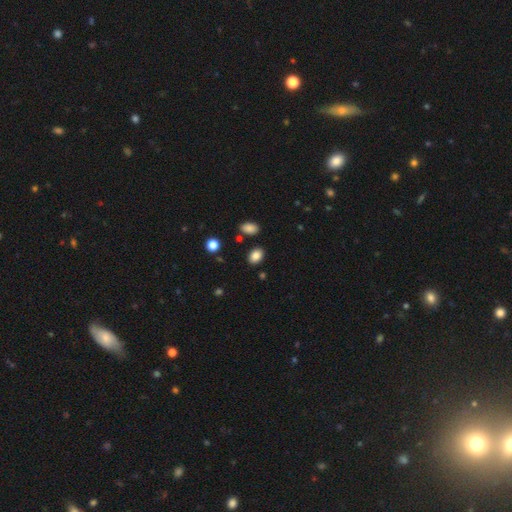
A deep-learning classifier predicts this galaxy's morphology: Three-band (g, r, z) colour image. It shows a smooth galaxy with no disk features (85%) that is in between round and cigar-shaped (78%). Merging: none (84%).